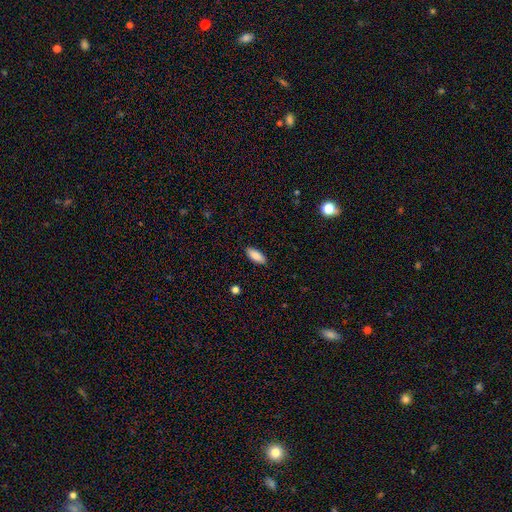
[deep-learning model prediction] Smooth or featured?
  - smooth: 88% *
  - star or artifact: 6%
  - featured or disk: 5%
How rounded?
  - in between: 84% *
  - cigar-shaped: 14%
  - round: 2%
Merging?
  - none: 89% *
  - minor disturbance: 8%
  - major disturbance: 2%
  - merger: 1%